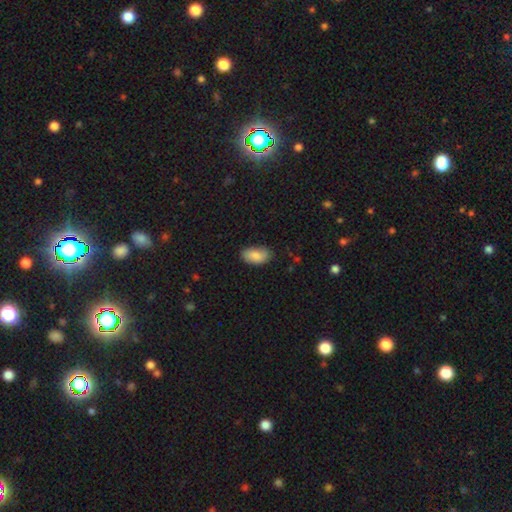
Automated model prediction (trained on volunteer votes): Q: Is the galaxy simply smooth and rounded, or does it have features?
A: smooth — 86%.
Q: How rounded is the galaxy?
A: in between — 94%.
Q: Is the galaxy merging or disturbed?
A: none — 77%.